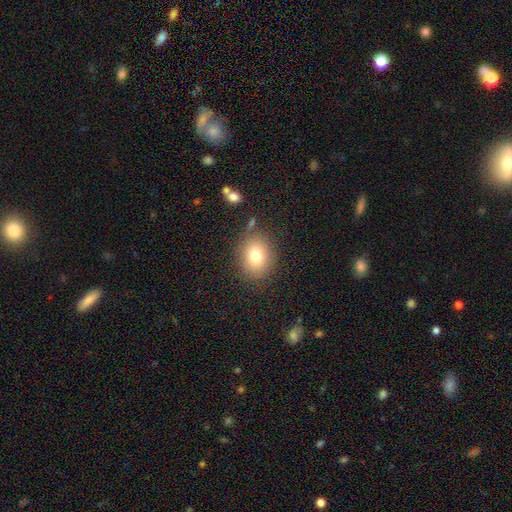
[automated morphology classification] Smooth or featured?
  - smooth: 78% *
  - featured or disk: 11%
  - star or artifact: 11%
How rounded?
  - round: 50% * (tied)
  - in between: 50% * (tied)
  - cigar-shaped: 1%
Merging?
  - none: 81% *
  - minor disturbance: 12%
  - major disturbance: 4%
  - merger: 3%